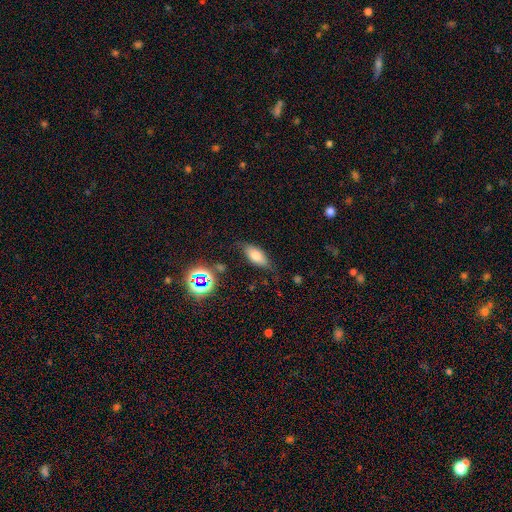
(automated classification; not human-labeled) Smooth or featured?
  - smooth: 70% *
  - featured or disk: 18%
  - star or artifact: 12%
How rounded?
  - in between: 81% *
  - cigar-shaped: 15%
  - round: 4%
Merging?
  - none: 72% *
  - minor disturbance: 20%
  - major disturbance: 6%
  - merger: 3%